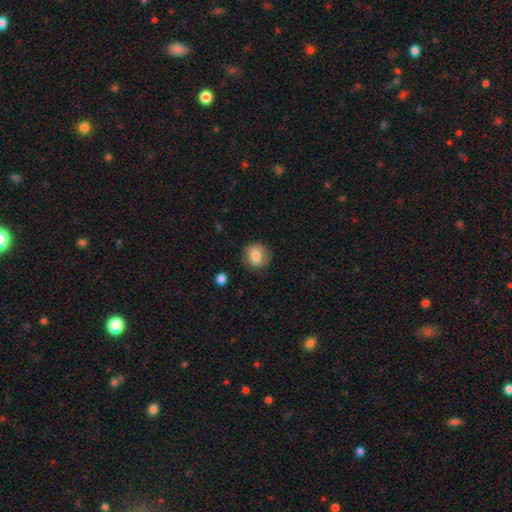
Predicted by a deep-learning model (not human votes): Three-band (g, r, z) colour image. It shows a smooth galaxy with no disk features (80%) that is round (86%). Merging: none (85%).